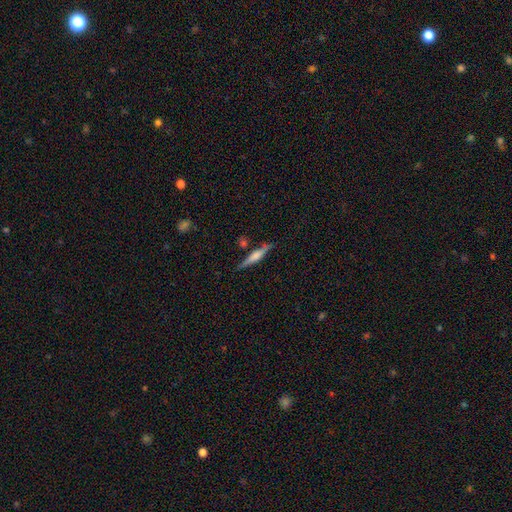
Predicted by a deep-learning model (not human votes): Smooth or featured: featured or disk — 56% (smooth — 38%)
Edge-on disk: yes — 97% (no — 3%)
Edge-on bulge: rounded — 59% (boxy — 28%)
Merging: none — 81% (minor disturbance — 11%)